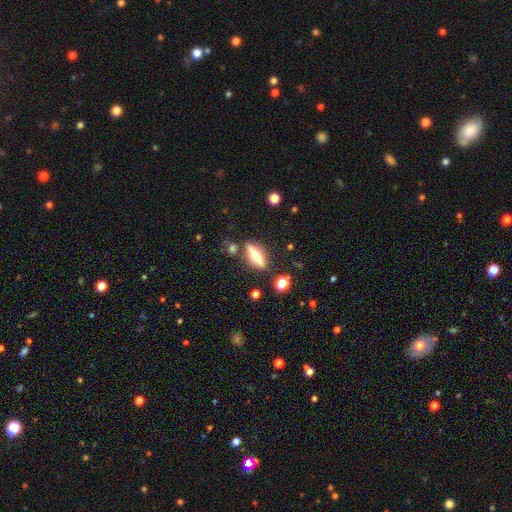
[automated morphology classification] Smooth or featured? Predicted: featured or disk (p=0.64). Edge-on disk? Predicted: yes (p=0.93). Edge-on bulge? Predicted: rounded (p=0.93). Merging? Predicted: none (p=0.83).